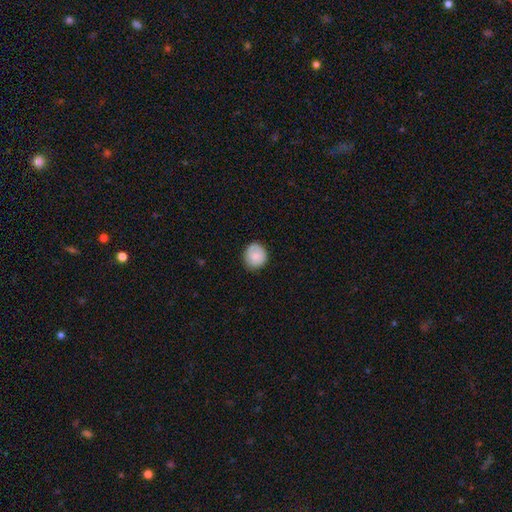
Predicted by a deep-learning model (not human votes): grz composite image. It shows a smooth galaxy with no disk features (82%) that is round (83%). Merging: none (83%).